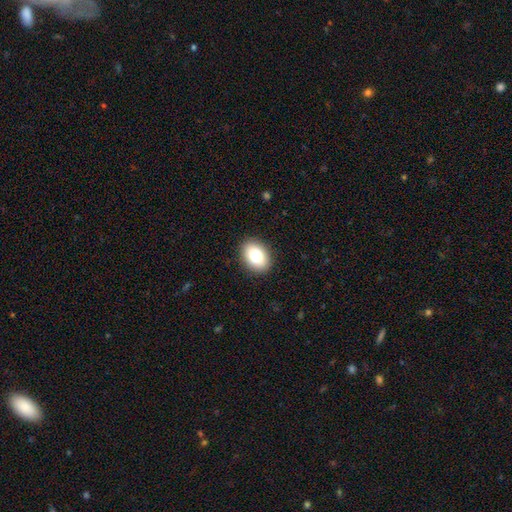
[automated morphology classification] Smooth or featured?
  - smooth: 81% *
  - featured or disk: 11%
  - star or artifact: 8%
How rounded?
  - in between: 79% *
  - round: 20%
  - cigar-shaped: 1%
Merging?
  - none: 90% *
  - minor disturbance: 7%
  - major disturbance: 2%
  - merger: 1%